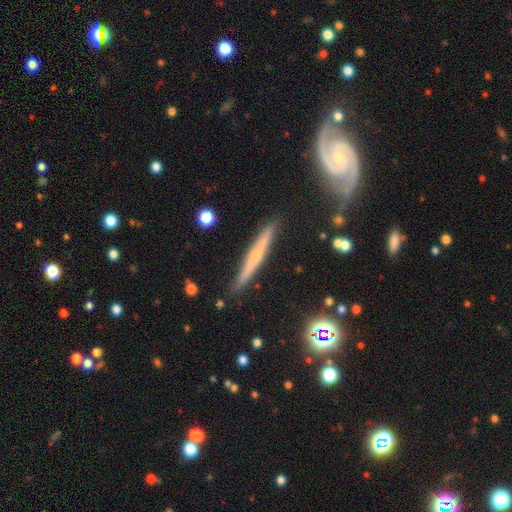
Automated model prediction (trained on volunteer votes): Smooth or featured: featured or disk — 62% (smooth — 31%)
Edge-on disk: yes — 96% (no — 4%)
Edge-on bulge: rounded — 49% (none — 46%)
Merging: none — 88% (minor disturbance — 8%)